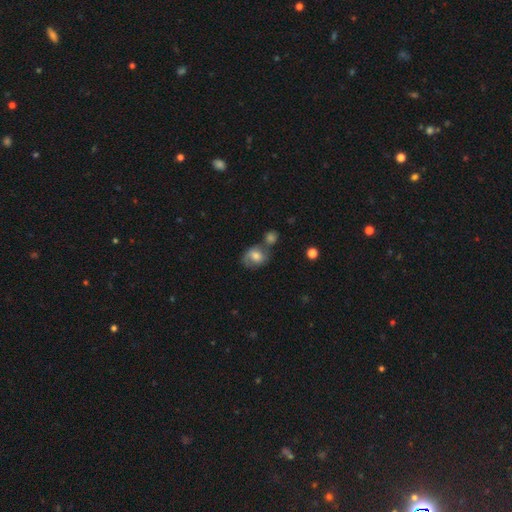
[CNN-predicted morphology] The model was most divided on "how rounded": round: 53%, in between: 46%, cigar-shaped: 1%. Remaining: smooth or featured — smooth (58%); merging — none (42%).